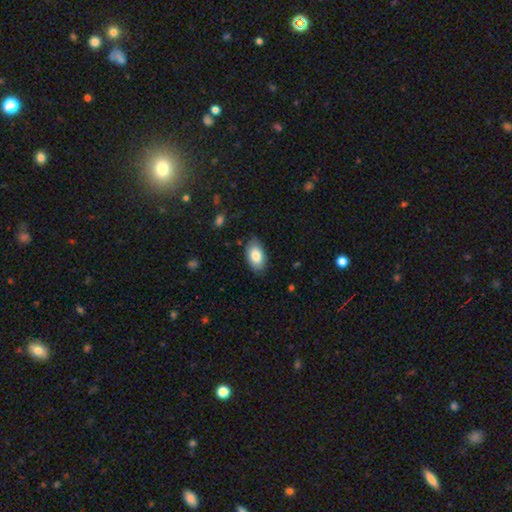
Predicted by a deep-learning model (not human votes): This is clearly a smooth galaxy (83%). How rounded: clearly in between (94%). Merging: clearly none (85%).